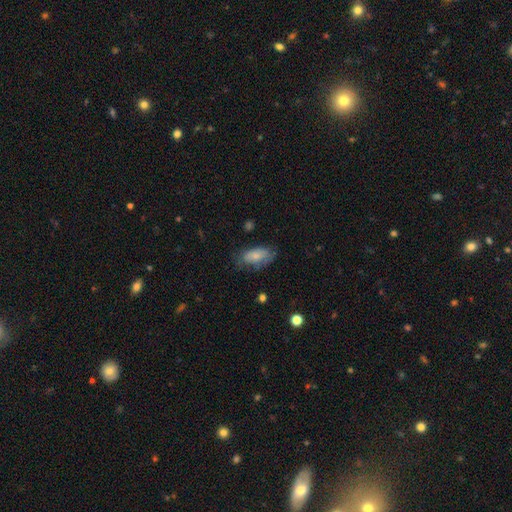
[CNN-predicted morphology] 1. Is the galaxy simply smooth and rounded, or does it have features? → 74% smooth, 19% featured or disk, 7% star or artifact.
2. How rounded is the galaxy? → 90% in between, 7% cigar-shaped, 3% round.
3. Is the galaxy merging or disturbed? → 59% none, 28% minor disturbance, 10% major disturbance, 2% merger.